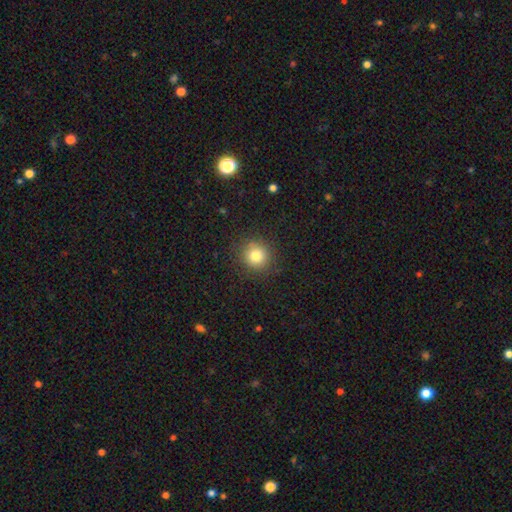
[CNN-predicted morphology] Overall: smooth (79%). How rounded: round (92%). Merging: none (88%).